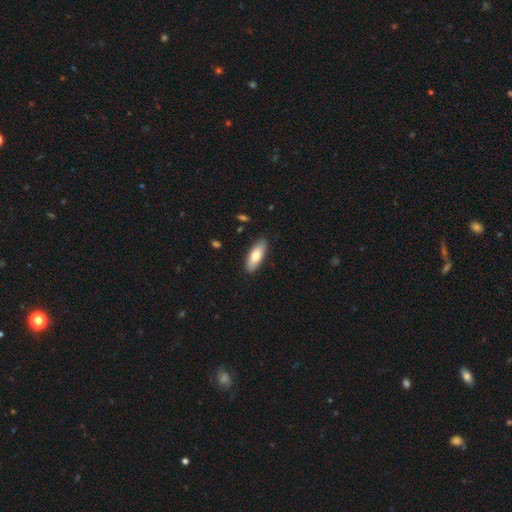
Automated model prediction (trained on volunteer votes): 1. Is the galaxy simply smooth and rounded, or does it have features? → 73% smooth, 22% featured or disk, 6% star or artifact.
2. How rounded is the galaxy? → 75% in between, 23% cigar-shaped, 2% round.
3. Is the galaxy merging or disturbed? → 89% none, 8% minor disturbance, 2% major disturbance, 1% merger.